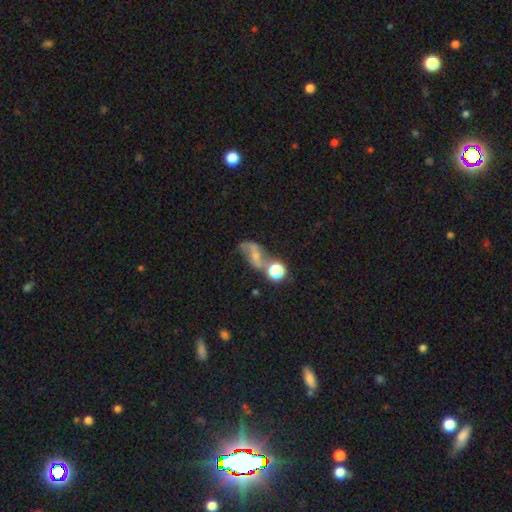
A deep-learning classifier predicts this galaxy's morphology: Smooth or featured?
  - featured or disk: 58% *
  - smooth: 27%
  - star or artifact: 15%
Edge-on disk?
  - no: 94% *
  - yes: 6%
Bar?
  - weak: 36% *
  - no: 33%
  - strong: 31%
Spiral arms?
  - yes: 79% *
  - no: 21%
Bulge size?
  - small: 48% *
  - moderate: 32%
  - none: 13%
  - large: 5%
  - dominant: 2%
Merging?
  - none: 45% *
  - merger: 21%
  - minor disturbance: 19%
  - major disturbance: 15%